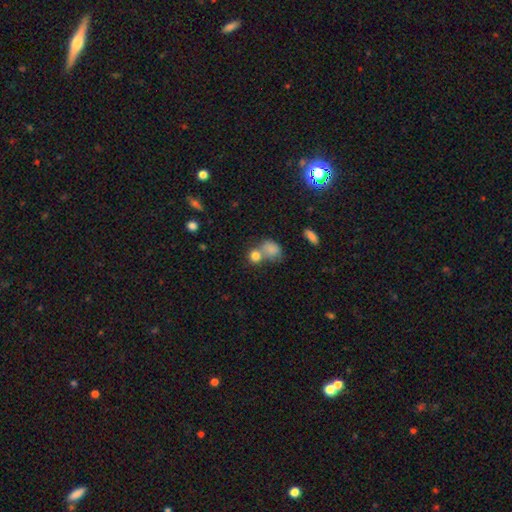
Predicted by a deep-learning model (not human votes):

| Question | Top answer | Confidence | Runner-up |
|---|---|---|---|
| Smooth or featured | smooth | 81% | star or artifact (11%) |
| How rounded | round | 72% | in between (27%) |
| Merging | merger | 43% | none (42%) |